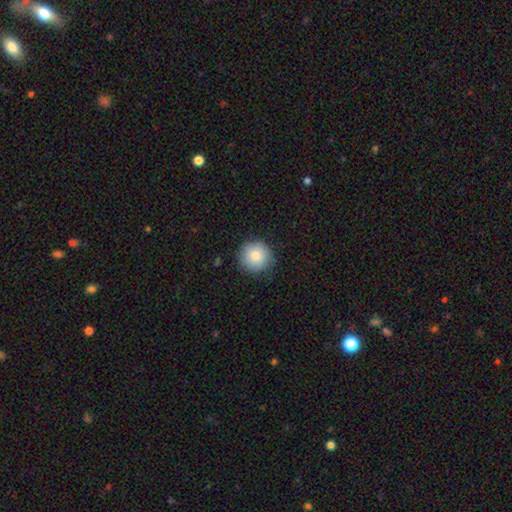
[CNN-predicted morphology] Smooth or featured? smooth (83%)
How rounded? round (94%)
Merging? none (84%)